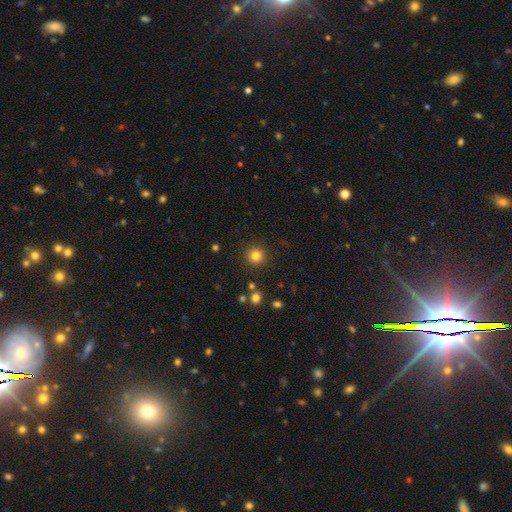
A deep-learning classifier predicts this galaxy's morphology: Smooth or featured? smooth (81%)
How rounded? round (95%)
Merging? none (90%)